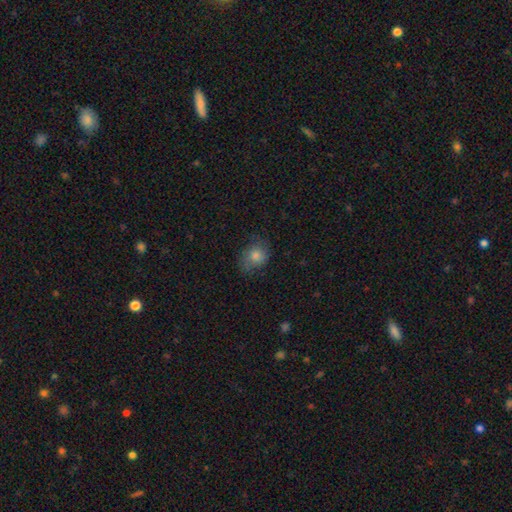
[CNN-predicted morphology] A smooth galaxy with no disk features (69%) that is round (54%). Merging: none (66%).